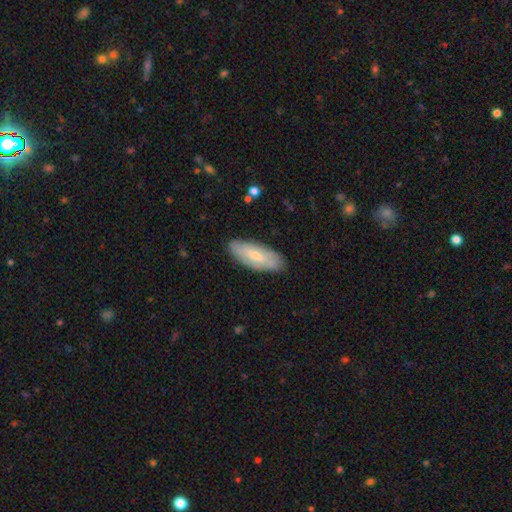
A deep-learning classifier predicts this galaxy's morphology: Overall: smooth (60%; featured or disk 35%). How rounded: in between (76%). Merging: none (84%).